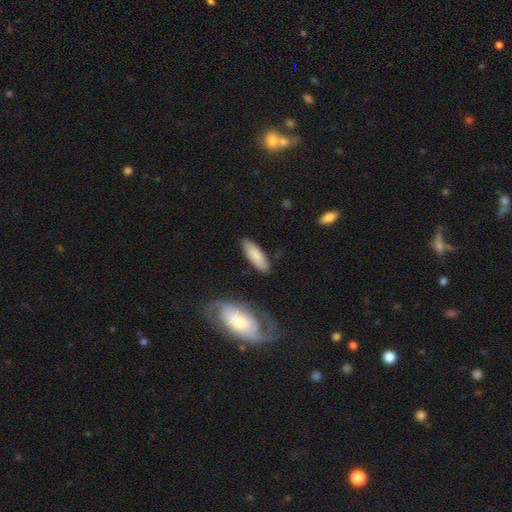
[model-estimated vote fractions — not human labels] smooth 83%, featured or disk 11%, star or artifact 6%. Down the decision tree: how rounded — in between (57%); merging — none (83%).